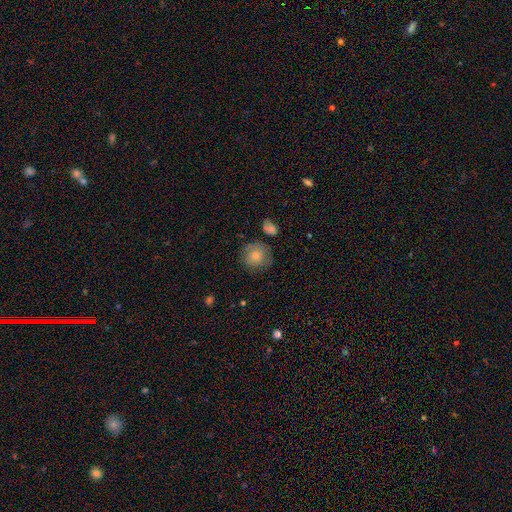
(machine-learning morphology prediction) type=smooth (75%); roundness=round (88%); merging=none (70%).